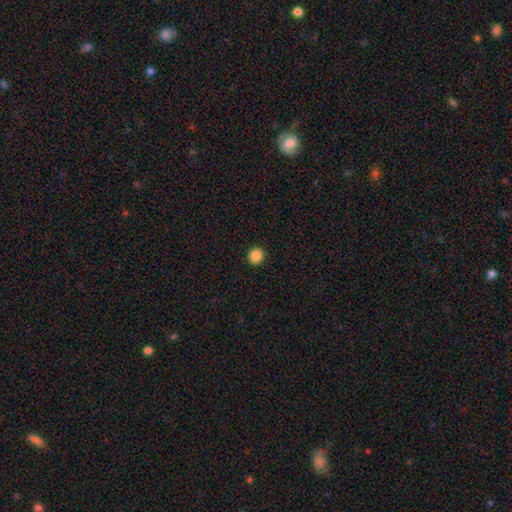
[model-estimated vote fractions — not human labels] smooth_or_featured: smooth (p=0.86) [alt: star or artifact p=0.10]
how_rounded: round (p=0.91) [alt: in between p=0.08]
merging: none (p=0.93) [alt: minor disturbance p=0.04]